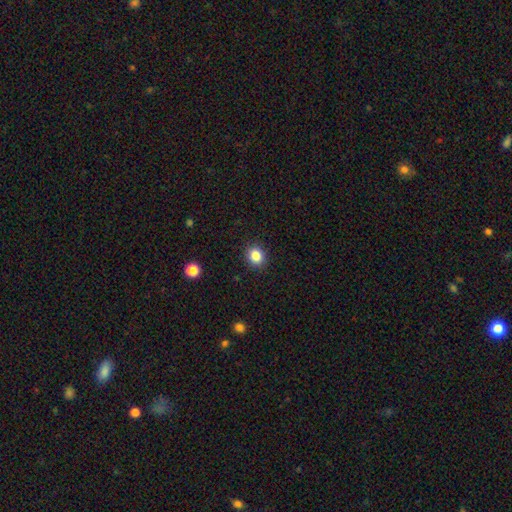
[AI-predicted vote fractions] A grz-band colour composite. It shows a smooth galaxy with no disk features (84%) that is round (70%). Merging: none (91%).